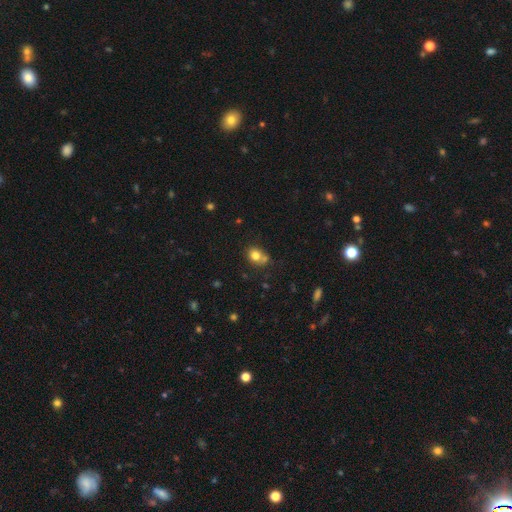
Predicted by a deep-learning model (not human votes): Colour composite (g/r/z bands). It shows a smooth galaxy with no disk features (79%) that is round (62%). Merging: none (54%).